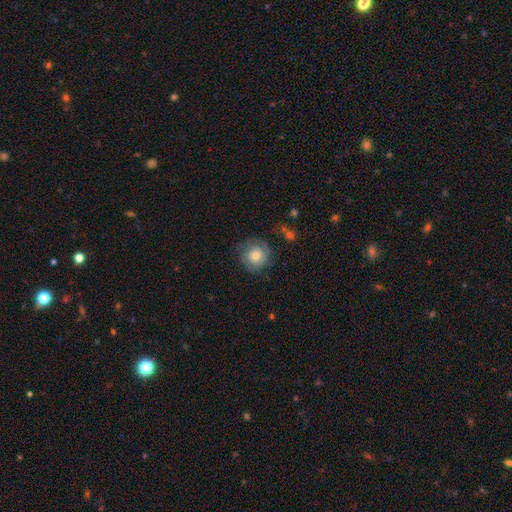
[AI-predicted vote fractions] Morphology: type=smooth (56%); roundness=round (91%); merging=none (73%).